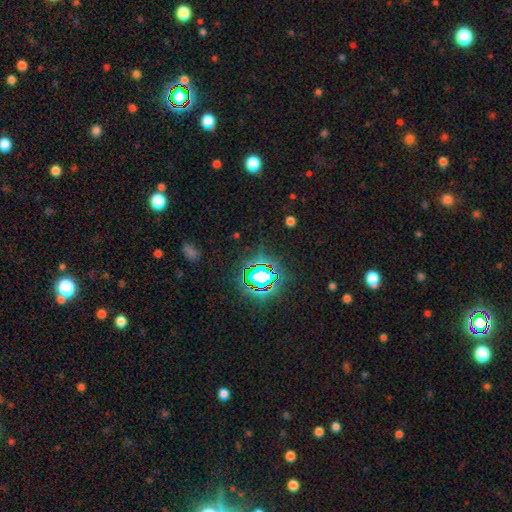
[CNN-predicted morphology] star or artifact 80%, smooth 13%, featured or disk 7%.